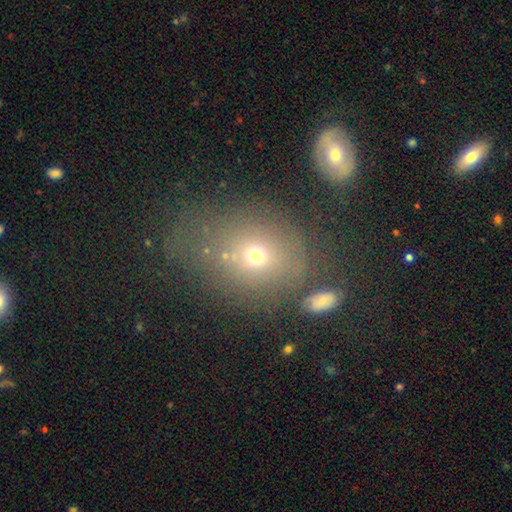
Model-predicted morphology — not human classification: smooth-or-featured: smooth: 63% | featured or disk: 19% | star or artifact: 18%
  how-rounded: round: 59% | in between: 39% | cigar-shaped: 2%
  merging: none: 53% | minor disturbance: 19% | major disturbance: 15% | merger: 13%